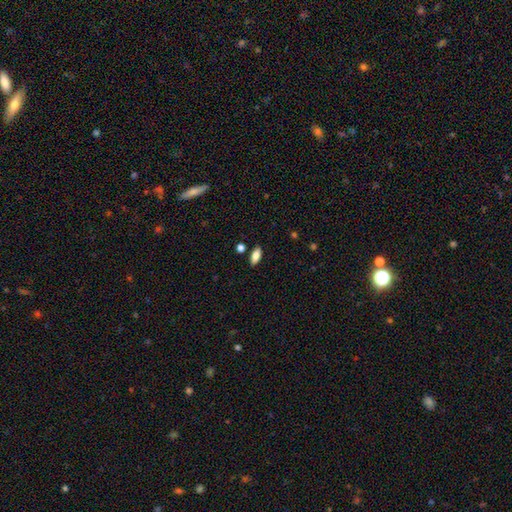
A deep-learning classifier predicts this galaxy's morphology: Smooth or featured: smooth — 83% (featured or disk — 10%)
How rounded: in between — 83% (cigar-shaped — 15%)
Merging: none — 86% (minor disturbance — 9%)